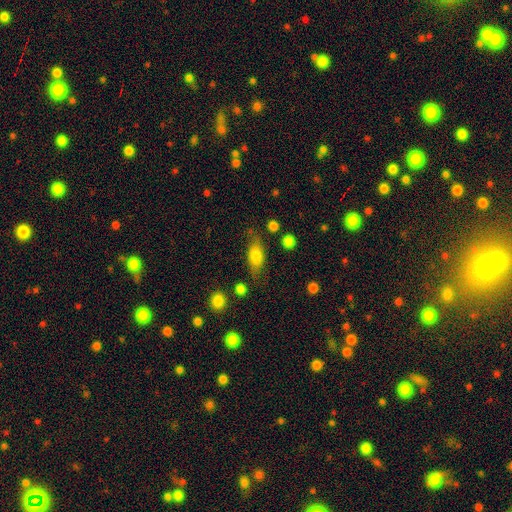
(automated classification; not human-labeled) This is likely a smooth galaxy (74%). How rounded: likely in between (79%). Merging: likely none (67%).